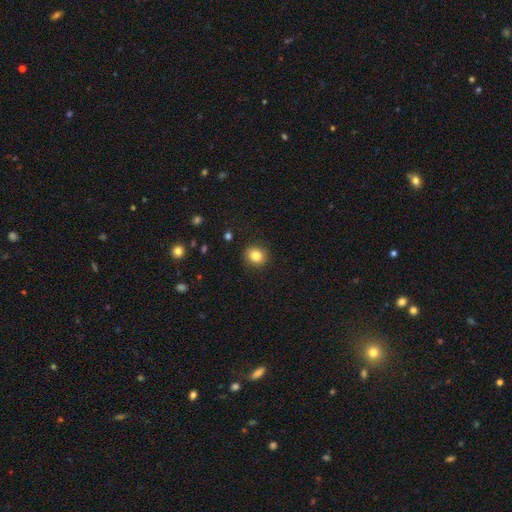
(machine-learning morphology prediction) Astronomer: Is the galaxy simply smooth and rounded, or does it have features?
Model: smooth — 83%.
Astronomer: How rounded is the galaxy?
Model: round — 79%.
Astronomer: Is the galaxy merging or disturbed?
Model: none — 89%.